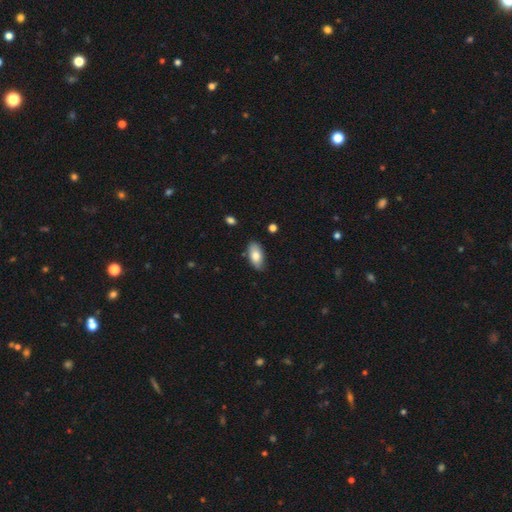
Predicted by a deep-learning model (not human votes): smooth-or-featured: smooth: 78% | featured or disk: 15% | star or artifact: 7%
  how-rounded: in between: 92% | cigar-shaped: 5% | round: 3%
  merging: none: 82% | minor disturbance: 14% | major disturbance: 2% | merger: 2%